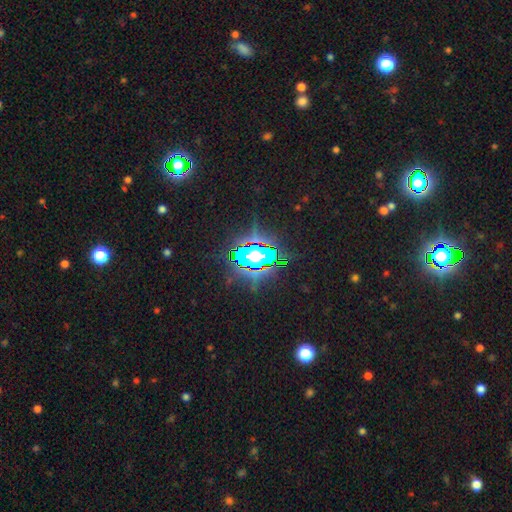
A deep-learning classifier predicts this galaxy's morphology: A star or artifact, not a galaxy (81%).

Vote fractions:
- Smooth or featured? star or artifact: 81% / smooth: 11% / featured or disk: 9%